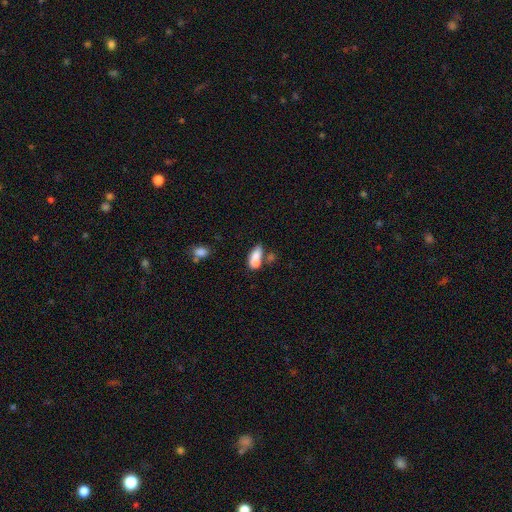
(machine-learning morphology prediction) Smooth or featured?
  - smooth: 73% *
  - featured or disk: 18%
  - star or artifact: 9%
How rounded?
  - in between: 80% *
  - cigar-shaped: 11%
  - round: 8%
Merging?
  - merger: 53% *
  - none: 26%
  - minor disturbance: 13%
  - major disturbance: 8%